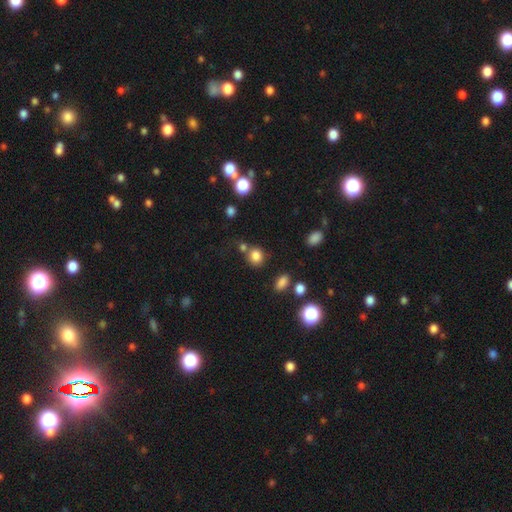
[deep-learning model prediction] Q: Smooth or featured?
A: smooth (80%); runner-up: star or artifact (14%)
Q: How rounded?
A: round (79%); runner-up: in between (20%)
Q: Merging?
A: none (65%); runner-up: merger (18%)